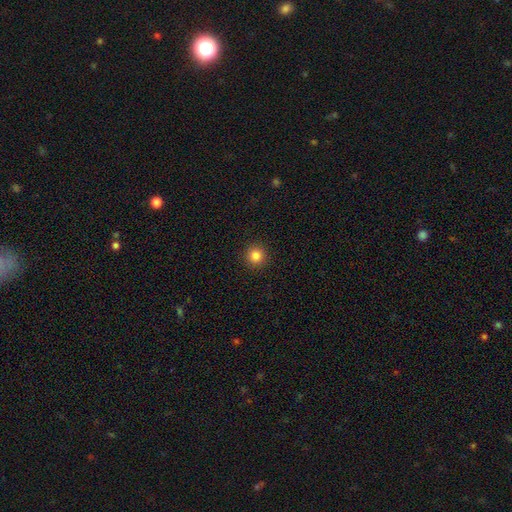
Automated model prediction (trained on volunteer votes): Smooth or featured? smooth (84%)
How rounded? round (95%)
Merging? none (93%)